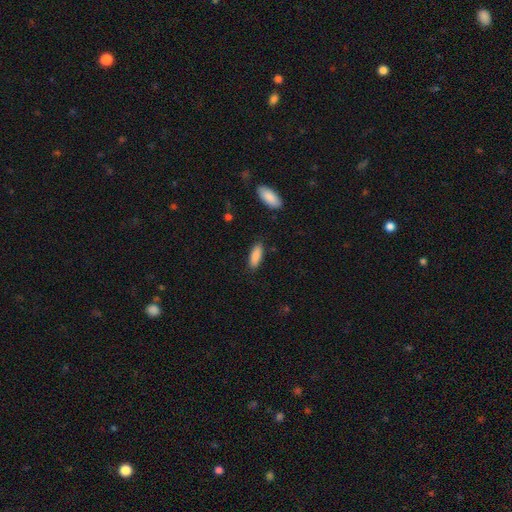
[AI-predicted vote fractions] This is clearly a smooth galaxy (88%). How rounded: likely in between (62%). Merging: clearly none (86%).